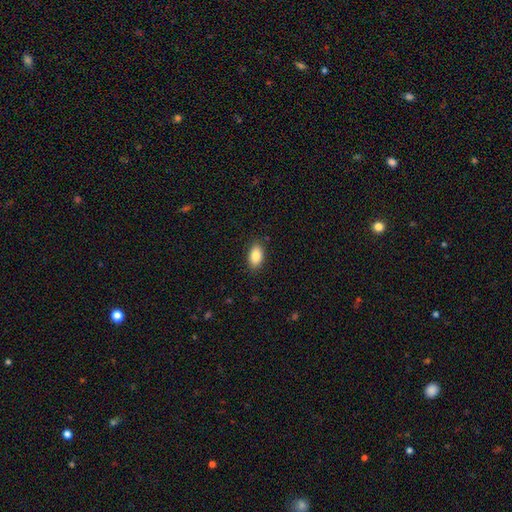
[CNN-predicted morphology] type=smooth (87%); roundness=in between (92%); merging=none (87%).